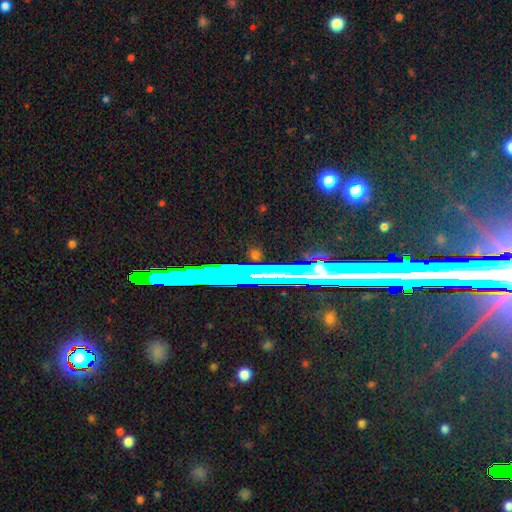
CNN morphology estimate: Smooth or featured? Predicted: star or artifact (p=0.62).